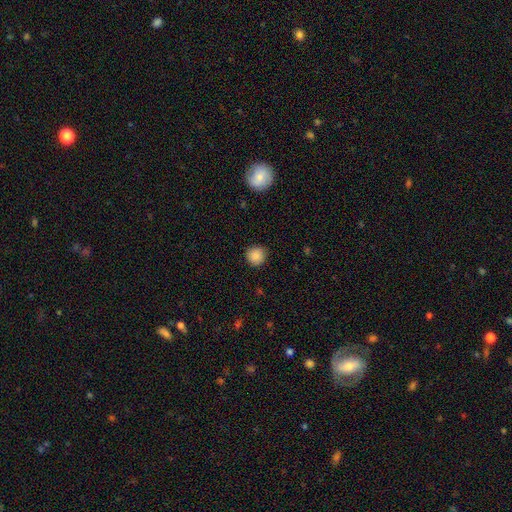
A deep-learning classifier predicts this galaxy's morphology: smooth 87%, star or artifact 9%, featured or disk 4%. Down the decision tree: how rounded — round (93%); merging — none (89%).